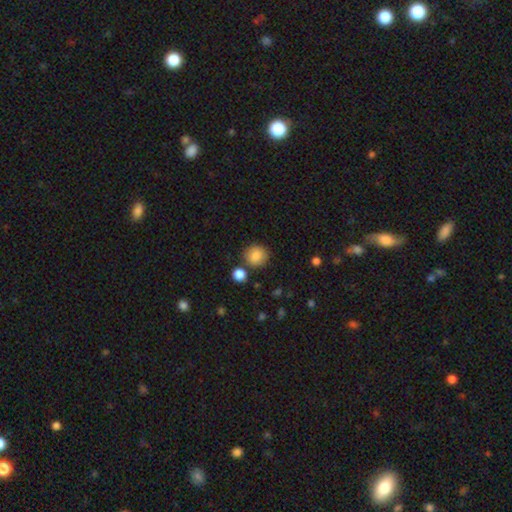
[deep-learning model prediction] Smooth or featured? smooth (86%)
How rounded? round (89%)
Merging? none (82%)